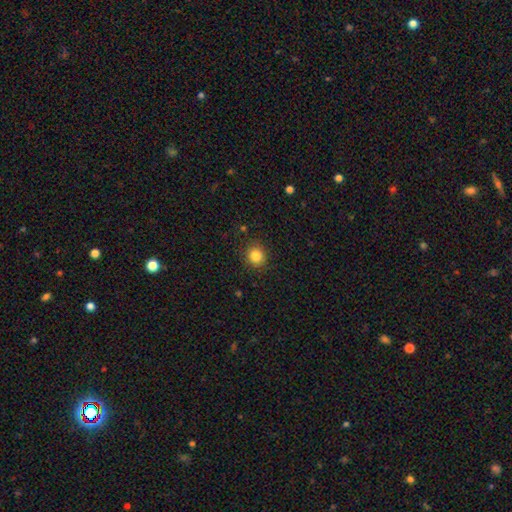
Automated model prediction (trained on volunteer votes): The model was most divided on "smooth or featured": smooth: 83%, star or artifact: 11%, featured or disk: 5%. More confident: merging — none (89%); how rounded — round (88%).